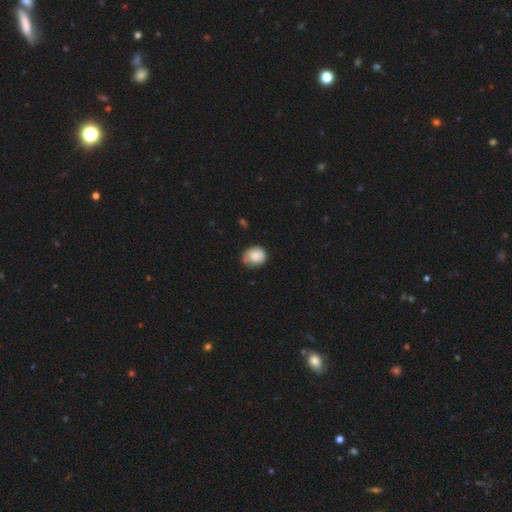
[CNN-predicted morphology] The model was most divided on "merging": none: 59%, minor disturbance: 32%, major disturbance: 7%, merger: 2%. More confident: smooth or featured — smooth (84%); how rounded — round (64%).